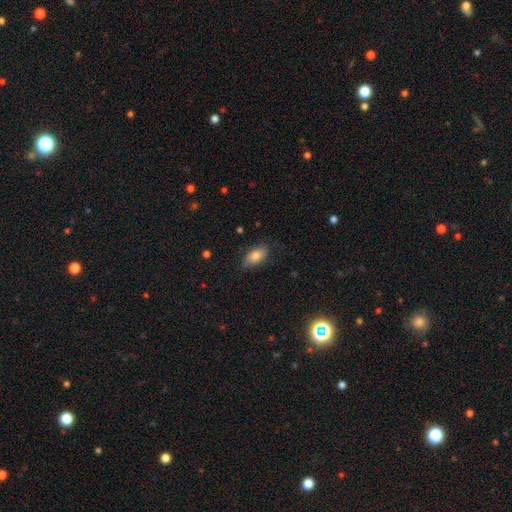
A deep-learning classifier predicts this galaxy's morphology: The model was most divided on "merging": none: 76%, minor disturbance: 19%, major disturbance: 4%, merger: 1%. More confident: how rounded — in between (91%); smooth or featured — smooth (79%).